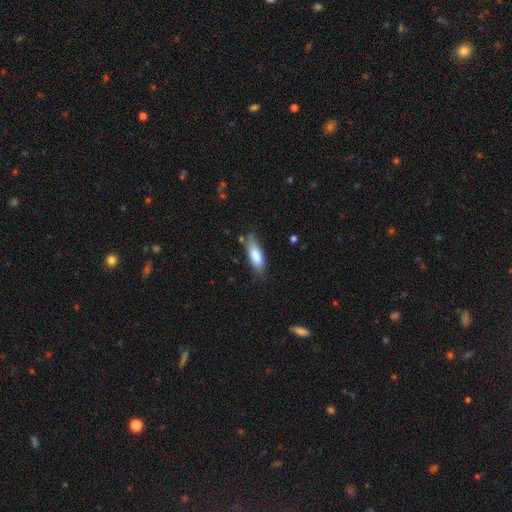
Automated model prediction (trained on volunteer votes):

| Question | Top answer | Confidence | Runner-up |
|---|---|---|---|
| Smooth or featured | smooth | 83% | featured or disk (11%) |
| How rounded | in between | 61% | cigar-shaped (37%) |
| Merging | none | 75% | minor disturbance (18%) |